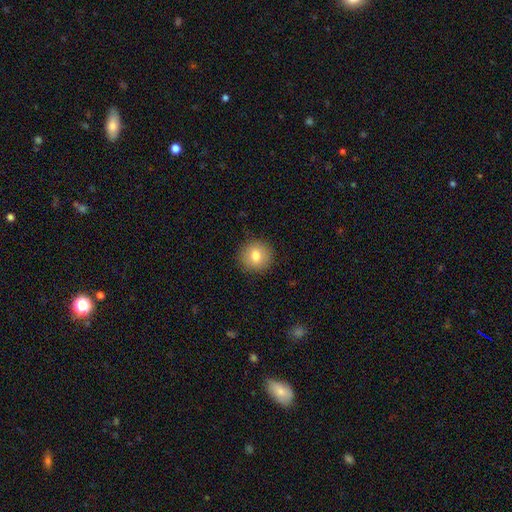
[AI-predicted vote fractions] Smooth or featured?
  - smooth: 80% *
  - featured or disk: 10%
  - star or artifact: 9%
How rounded?
  - round: 92% *
  - in between: 7%
  - cigar-shaped: 1%
Merging?
  - none: 90% *
  - minor disturbance: 7%
  - major disturbance: 2%
  - merger: 1%